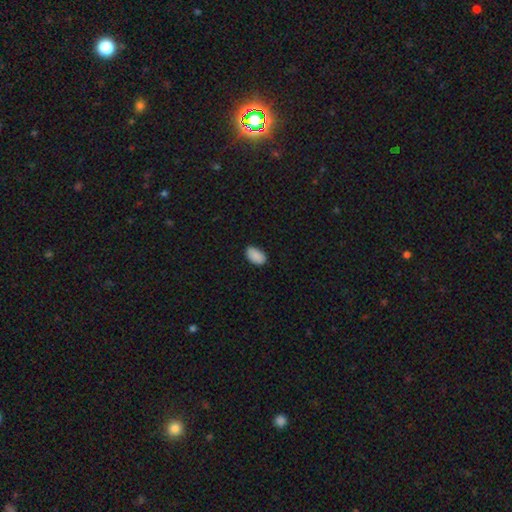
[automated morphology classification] smooth-or-featured: smooth: 90% | star or artifact: 7% | featured or disk: 3%
  how-rounded: in between: 93% | round: 5% | cigar-shaped: 1%
  merging: none: 83% | minor disturbance: 13% | major disturbance: 2% | merger: 1%